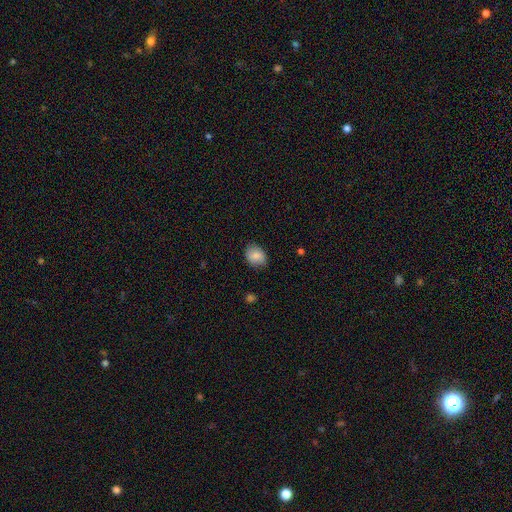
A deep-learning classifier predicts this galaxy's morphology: Smooth or featured: smooth — 82% (featured or disk — 10%)
How rounded: in between — 57% (round — 42%)
Merging: none — 82% (minor disturbance — 14%)